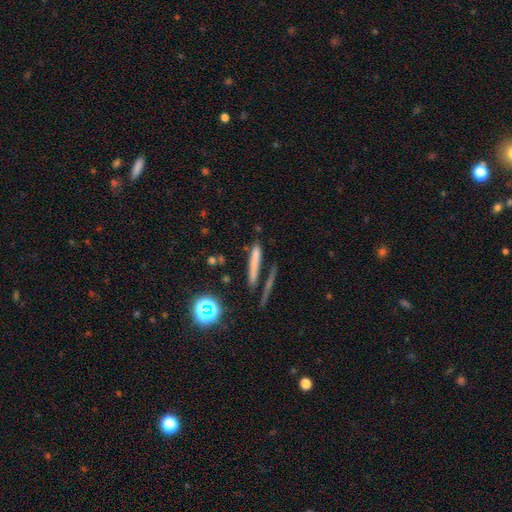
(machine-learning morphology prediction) The model was most divided on "smooth or featured": smooth: 55%, featured or disk: 24%, star or artifact: 21%. More confident: how rounded — cigar-shaped (85%); merging — none (70%).